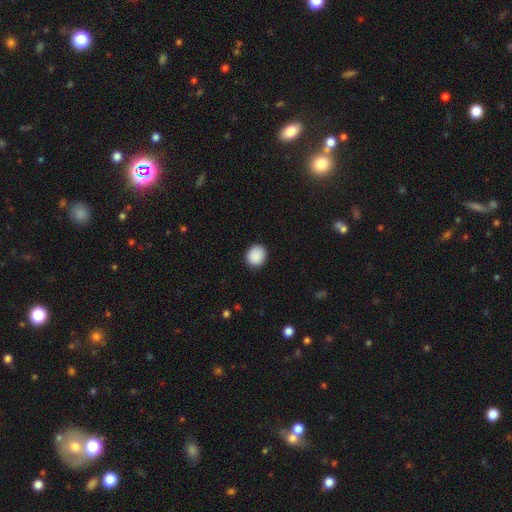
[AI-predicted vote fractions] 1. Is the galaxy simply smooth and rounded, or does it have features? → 90% smooth, 8% star or artifact, 3% featured or disk.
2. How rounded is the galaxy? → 76% round, 23% in between, 1% cigar-shaped.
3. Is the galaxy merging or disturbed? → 89% none, 8% minor disturbance, 2% major disturbance, 1% merger.